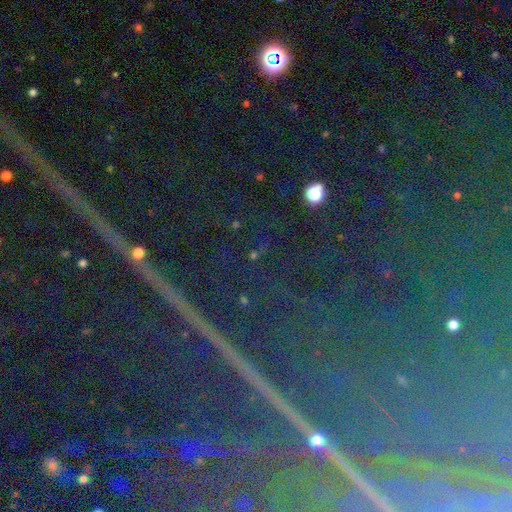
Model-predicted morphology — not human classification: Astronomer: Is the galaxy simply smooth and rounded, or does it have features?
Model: star or artifact — 85%.